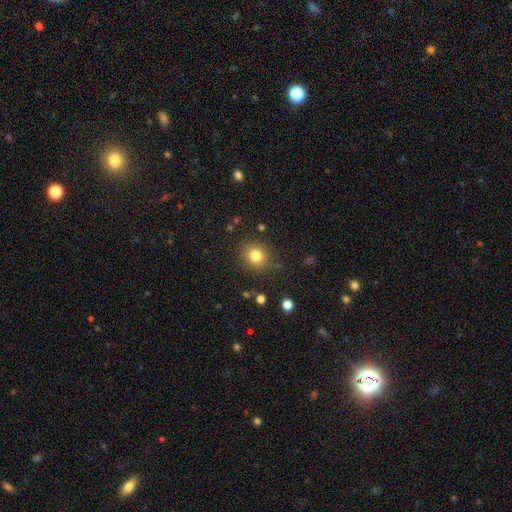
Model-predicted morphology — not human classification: Overall: smooth (80%). How rounded: round (82%). Merging: none (85%).